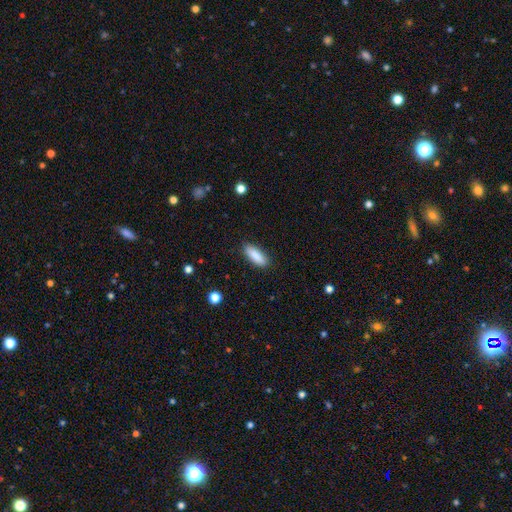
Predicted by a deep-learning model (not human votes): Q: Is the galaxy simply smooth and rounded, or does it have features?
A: smooth — 88%.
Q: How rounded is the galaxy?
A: in between — 63%.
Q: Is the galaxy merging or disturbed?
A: none — 88%.